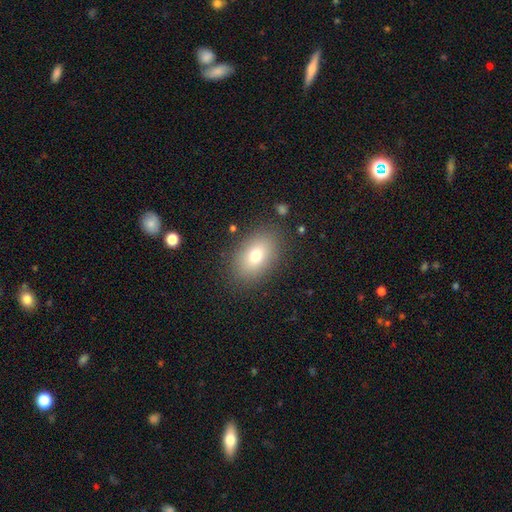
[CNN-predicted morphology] A smooth galaxy with no disk features (75%) that is in between round and cigar-shaped (85%).

Vote fractions:
- Smooth or featured? smooth: 75% / featured or disk: 15% / star or artifact: 11%
- How rounded? in between: 85% / round: 14% / cigar-shaped: 2%
- Merging? none: 85% / minor disturbance: 9% / major disturbance: 4% / merger: 1%